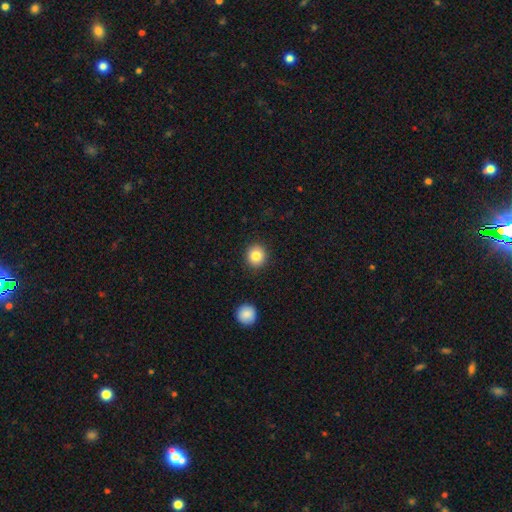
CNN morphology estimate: This is clearly a smooth galaxy (83%). How rounded: clearly round (91%). Merging: clearly none (91%).